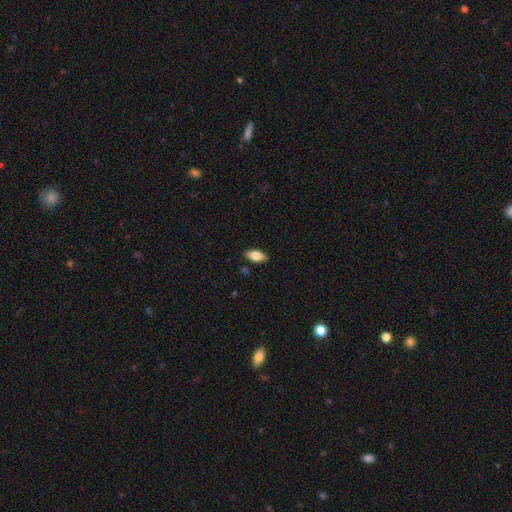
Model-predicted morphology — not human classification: This appears to be a smooth galaxy with no disk features (80%) that is in between round and cigar-shaped (89%). Merging: none (87%).